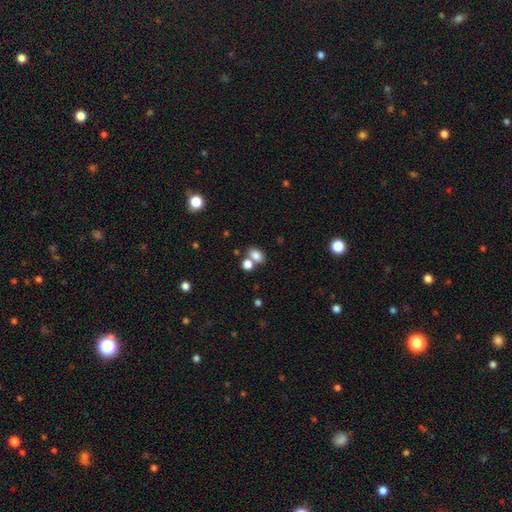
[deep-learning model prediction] Smooth or featured? smooth (80%)
How rounded? in between (76%)
Merging? none (52%)